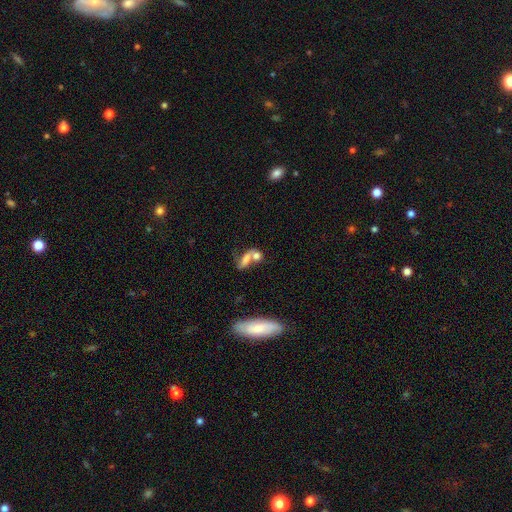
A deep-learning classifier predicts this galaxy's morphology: Q: Smooth or featured?
A: smooth (64%); runner-up: featured or disk (23%)
Q: How rounded?
A: in between (63%); runner-up: round (22%)
Q: Merging?
A: merger (53%); runner-up: none (28%)